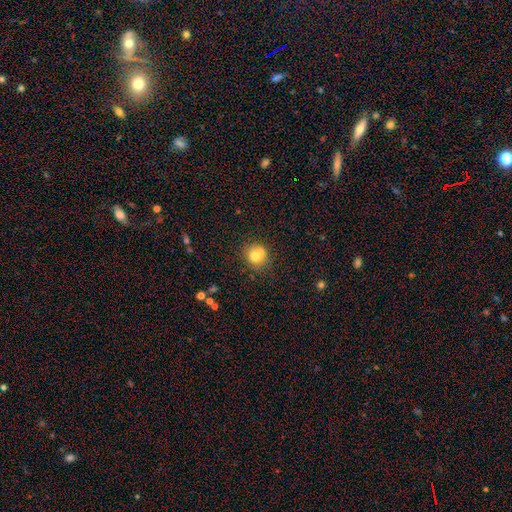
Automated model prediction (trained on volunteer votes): This appears to be a smooth galaxy with no disk features (71%) that is round (83%). Merging: none (49%).